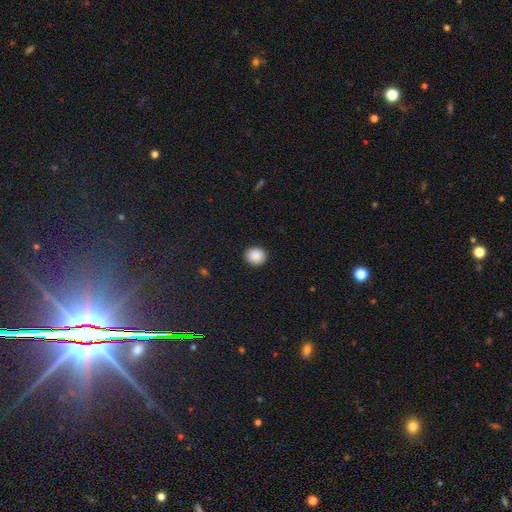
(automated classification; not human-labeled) Smooth or featured? smooth (89%)
How rounded? round (78%)
Merging? none (92%)